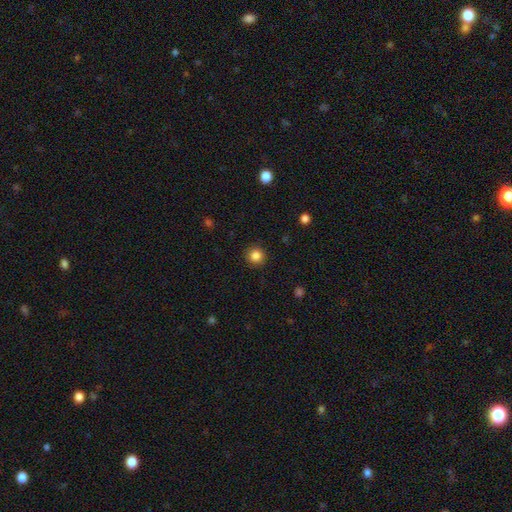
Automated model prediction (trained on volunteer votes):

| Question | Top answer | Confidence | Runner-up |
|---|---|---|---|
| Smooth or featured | smooth | 84% | star or artifact (11%) |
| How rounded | round | 94% | in between (5%) |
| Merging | none | 91% | minor disturbance (6%) |